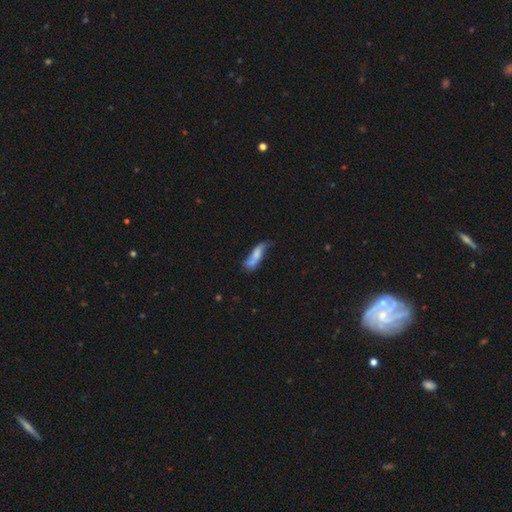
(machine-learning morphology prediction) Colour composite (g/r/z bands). It shows a smooth galaxy with no disk features (55%) that is cigar-shaped (49%). Merging: none (36%).